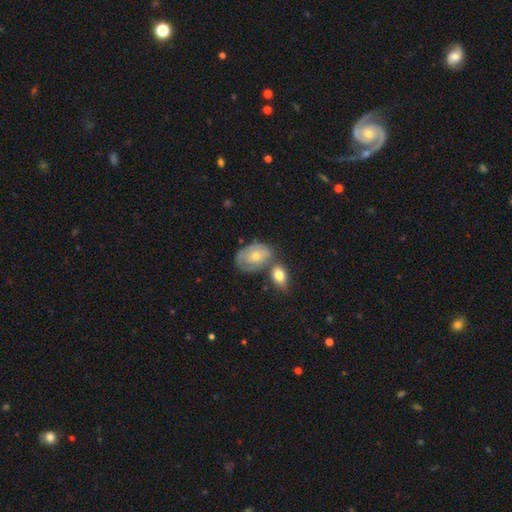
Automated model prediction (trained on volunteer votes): The model was most divided on "merging": none: 39%, merger: 30%, minor disturbance: 22%, major disturbance: 9%. More confident: how rounded — in between (82%); smooth or featured — smooth (53%).